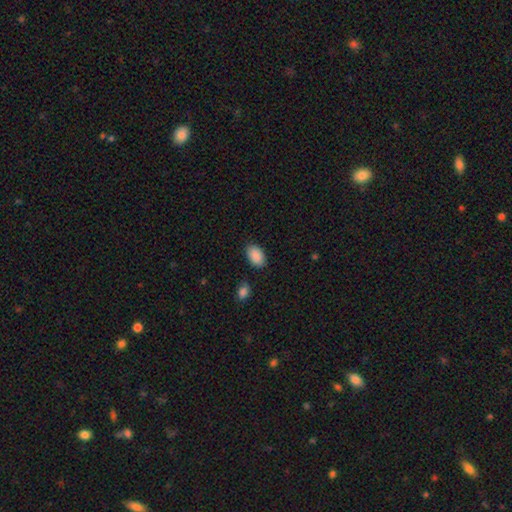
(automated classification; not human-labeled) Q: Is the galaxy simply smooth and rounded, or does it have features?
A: smooth — 90%.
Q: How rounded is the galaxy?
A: in between — 91%.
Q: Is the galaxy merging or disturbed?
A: none — 85%.